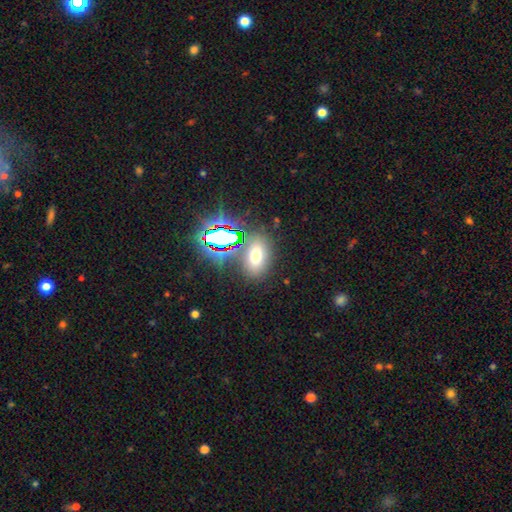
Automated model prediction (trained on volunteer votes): This is possibly a smooth galaxy (60%). How rounded: likely in between (80%). Merging: likely none (77%).